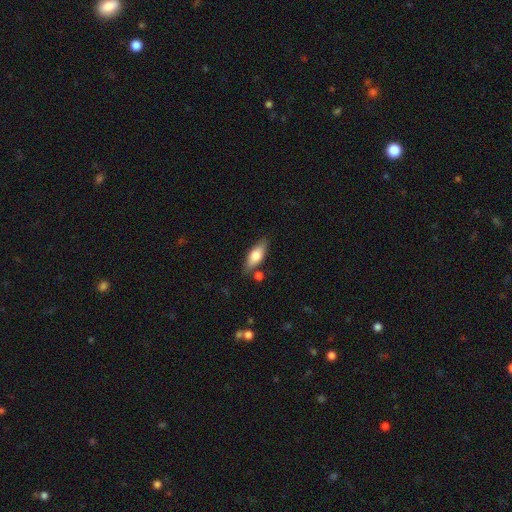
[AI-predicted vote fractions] Smooth or featured? Predicted: smooth (p=0.68). How rounded? Predicted: in between (p=0.70). Merging? Predicted: none (p=0.77).